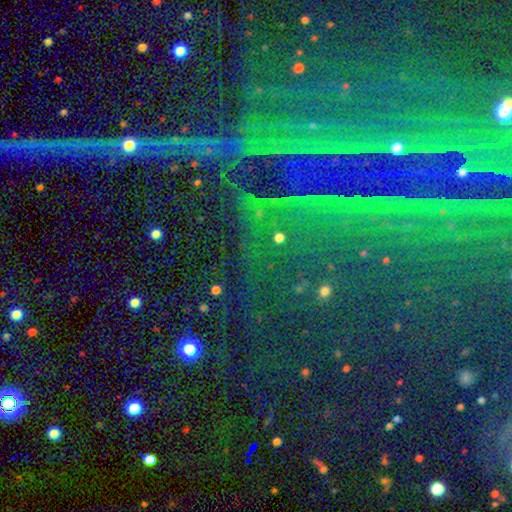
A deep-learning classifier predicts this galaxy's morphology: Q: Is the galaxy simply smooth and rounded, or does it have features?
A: star or artifact — 76%.